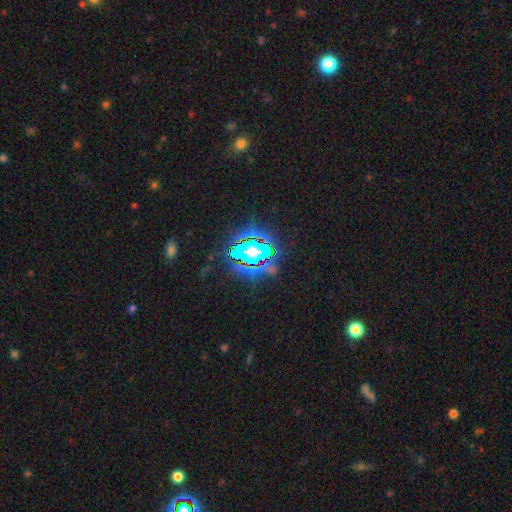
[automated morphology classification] Overall: star or artifact (77%).